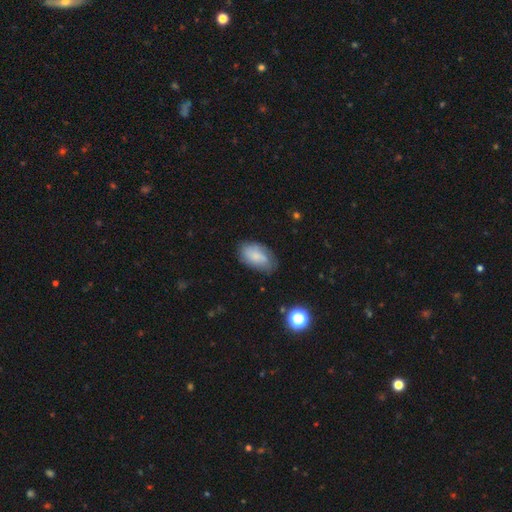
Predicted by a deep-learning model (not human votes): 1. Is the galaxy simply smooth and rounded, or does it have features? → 70% smooth, 22% featured or disk, 8% star or artifact.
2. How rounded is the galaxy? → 92% in between, 5% round, 2% cigar-shaped.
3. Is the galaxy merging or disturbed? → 66% none, 25% minor disturbance, 7% major disturbance, 2% merger.